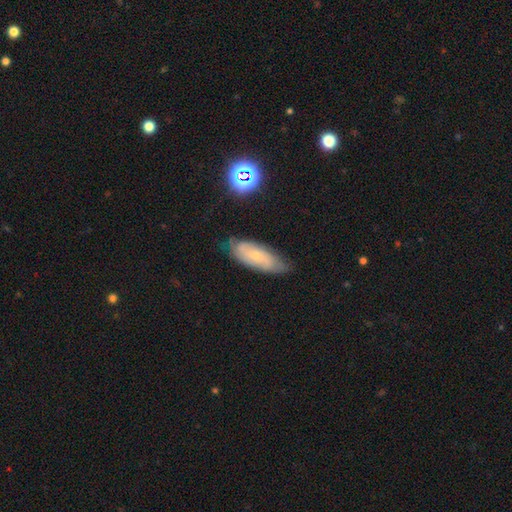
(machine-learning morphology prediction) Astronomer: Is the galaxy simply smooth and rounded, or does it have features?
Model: featured or disk — 50% (runner-up: smooth, 40%).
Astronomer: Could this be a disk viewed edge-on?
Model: no — 84%.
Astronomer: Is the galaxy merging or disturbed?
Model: none — 70%.